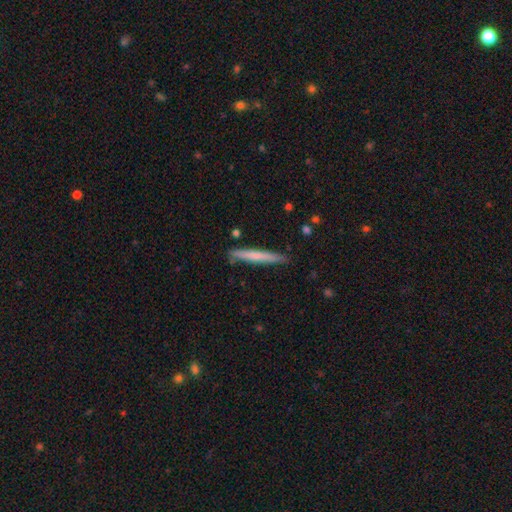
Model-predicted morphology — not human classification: Smooth or featured: smooth — 61% (featured or disk — 33%)
How rounded: cigar-shaped — 96% (in between — 3%)
Merging: none — 86% (minor disturbance — 11%)